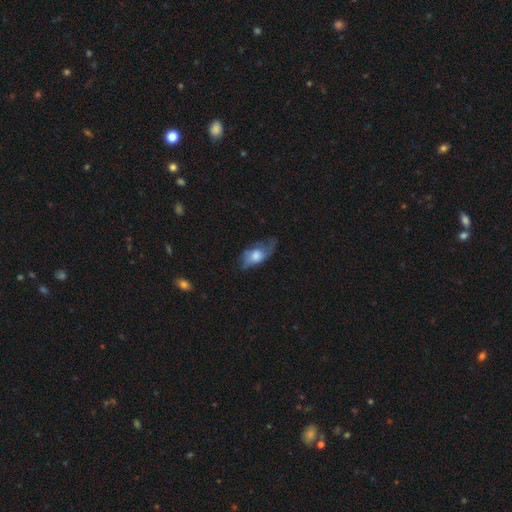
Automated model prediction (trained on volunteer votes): Q: Smooth or featured?
A: smooth (56%); runner-up: featured or disk (36%)
Q: How rounded?
A: in between (85%); runner-up: round (9%)
Q: Merging?
A: none (37%); runner-up: minor disturbance (32%)